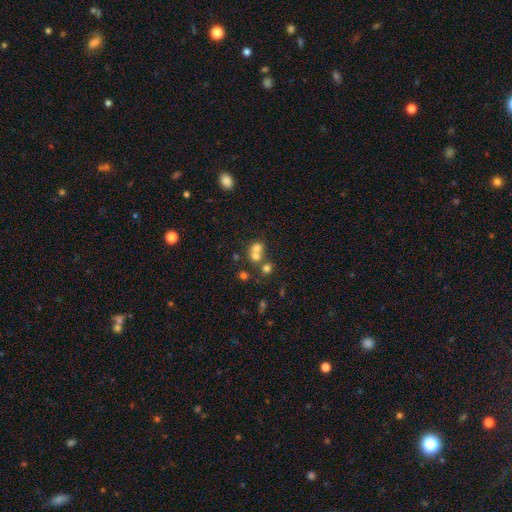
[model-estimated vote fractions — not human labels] This is likely a smooth galaxy (66%). How rounded: likely round (77%). Merging: possibly merger (57%).